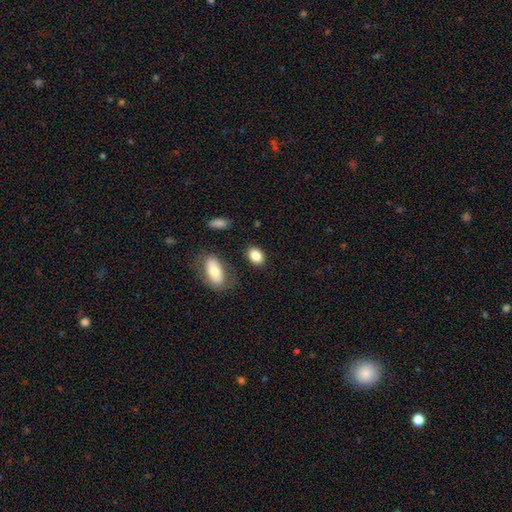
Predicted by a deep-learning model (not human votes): A smooth galaxy with no disk features (85%) that is in between round and cigar-shaped (75%). Merging: none (81%).